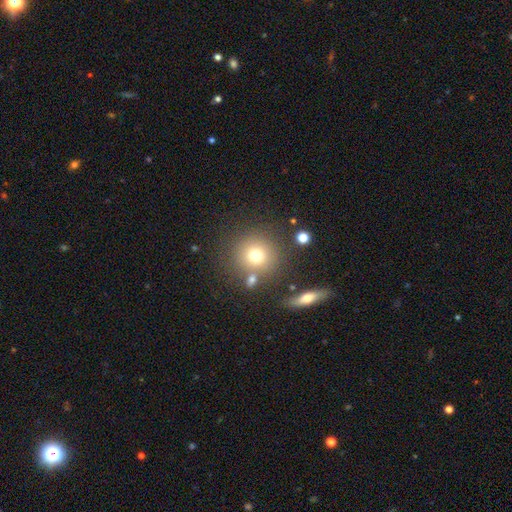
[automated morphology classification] Overall: smooth (74%). How rounded: round (92%). Merging: none (75%).